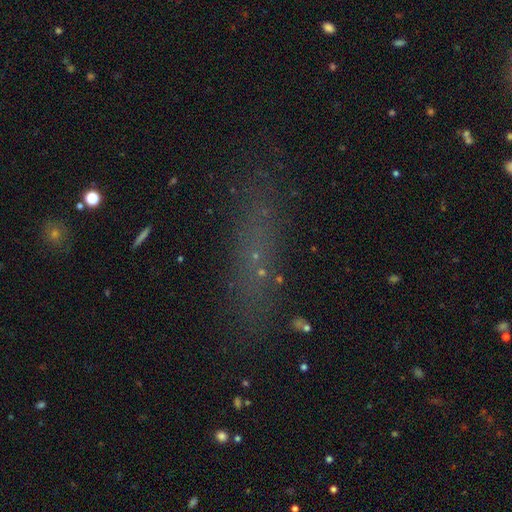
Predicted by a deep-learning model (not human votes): Q: Smooth or featured?
A: smooth (47%); runner-up: star or artifact (29%)
Q: Merging?
A: none (77%); runner-up: minor disturbance (14%)